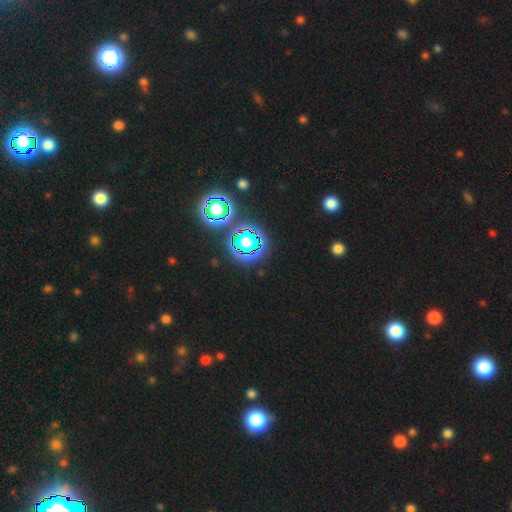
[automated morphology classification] This is likely a star or artifact rather than a galaxy (78%).